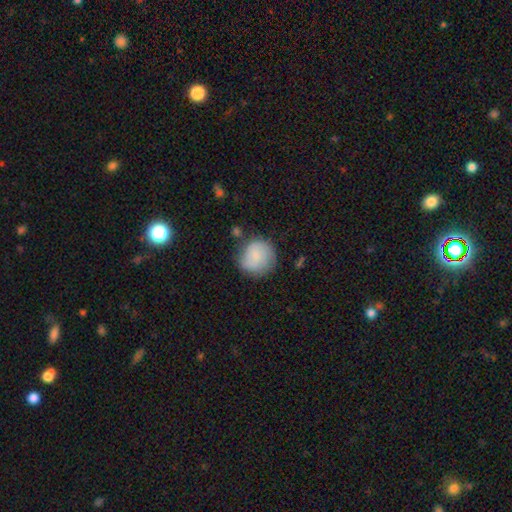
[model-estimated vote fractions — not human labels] Smooth or featured?
  - smooth: 68% *
  - featured or disk: 25%
  - star or artifact: 7%
How rounded?
  - round: 87% *
  - in between: 12%
  - cigar-shaped: 1%
Merging?
  - none: 66% *
  - minor disturbance: 22%
  - major disturbance: 8%
  - merger: 4%